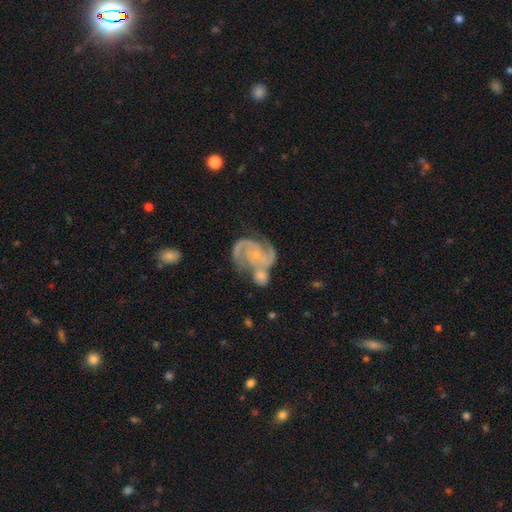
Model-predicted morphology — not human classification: smooth-or-featured: featured or disk: 90% | smooth: 5% | star or artifact: 5%
  disk-edge-on: no: 98% | yes: 2%
    bar: no: 61% | weak: 31% | strong: 8%
    has-spiral-arms: yes: 97% | no: 3%
      spiral-winding: medium: 55% | tight: 29% | loose: 16%
      spiral-arm-count: 2: 71% | 3: 16% | can't tell: 5% | 1: 3% | 4: 2% | more than 4: 2%
    bulge-size: small: 71% | moderate: 14% | none: 13% | large: 1% | dominant: 1%
  merging: none: 41% | merger: 30% | minor disturbance: 17% | major disturbance: 12%